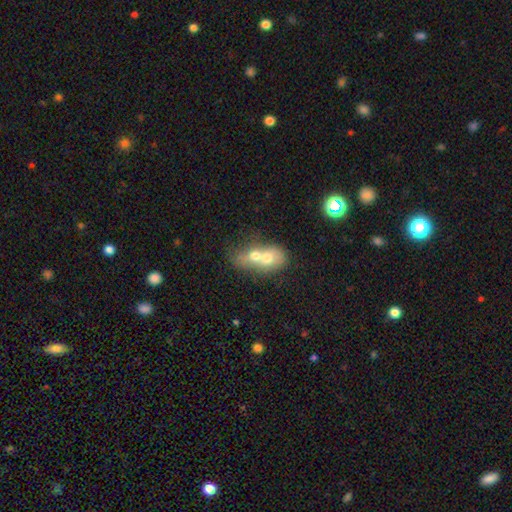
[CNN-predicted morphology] smooth-or-featured: smooth: 57% | featured or disk: 29% | star or artifact: 13%
  how-rounded: in between: 55% | round: 38% | cigar-shaped: 6%
  merging: merger: 72% | none: 18% | minor disturbance: 6% | major disturbance: 4%